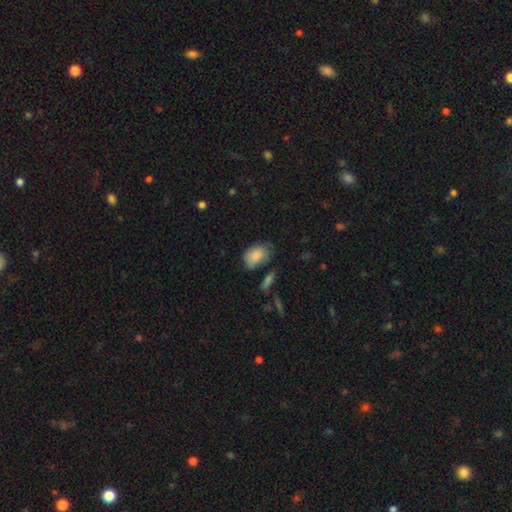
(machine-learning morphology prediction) smooth 85%, featured or disk 8%, star or artifact 7%. Down the decision tree: how rounded — in between (80%); merging — none (54%).